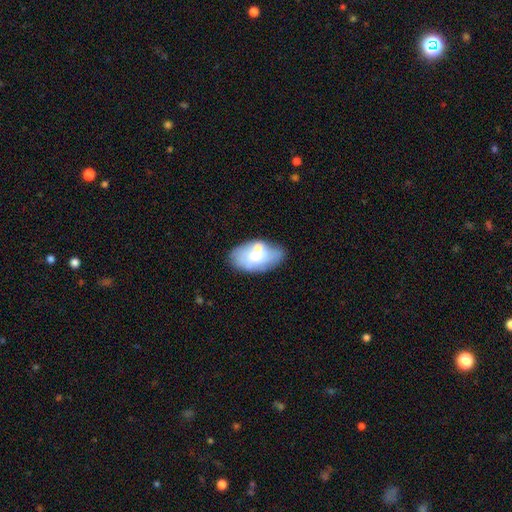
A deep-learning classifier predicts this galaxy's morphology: Smooth or featured? Predicted: smooth (p=0.56). How rounded? Predicted: in between (p=0.92). Merging? Predicted: none (p=0.54).